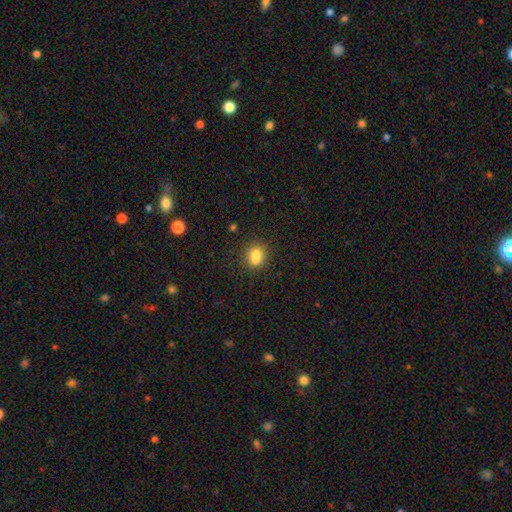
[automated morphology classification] Overall: smooth (79%). How rounded: round (61%; in between 37%). Merging: none (60%).